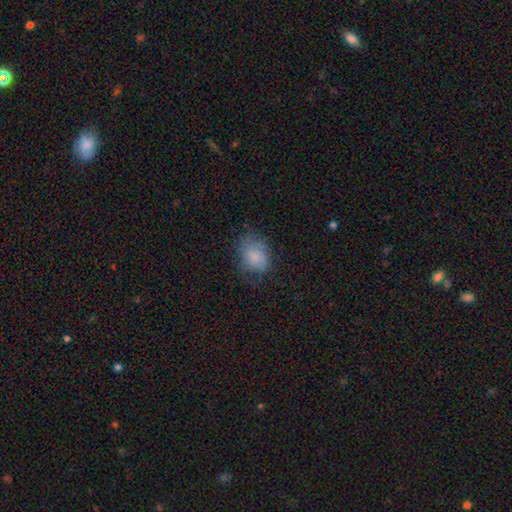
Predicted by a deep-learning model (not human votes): smooth 77%, featured or disk 14%, star or artifact 9%. Down the decision tree: how rounded — in between (58%); merging — none (57%).